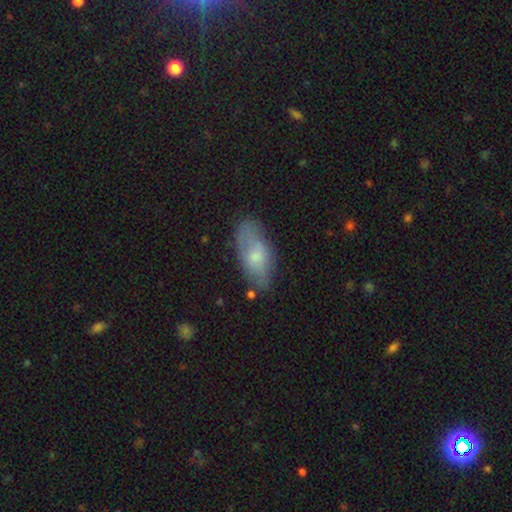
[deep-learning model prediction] This appears to be a smooth galaxy with no disk features (59%) that is in between round and cigar-shaped (87%). Merging: none (66%).